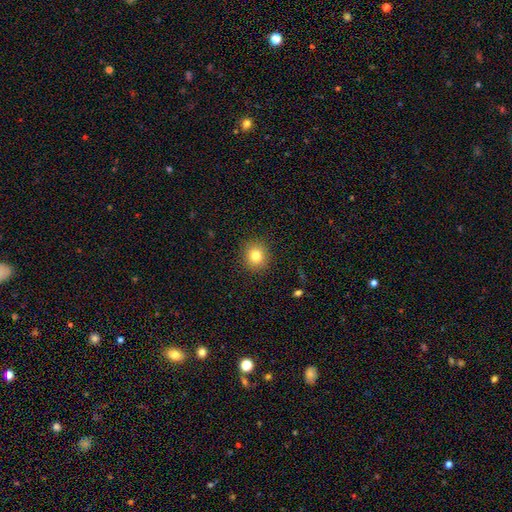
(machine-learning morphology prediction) The model was most divided on "smooth or featured": smooth: 80%, star or artifact: 12%, featured or disk: 8%. More confident: merging — none (90%); how rounded — round (88%).